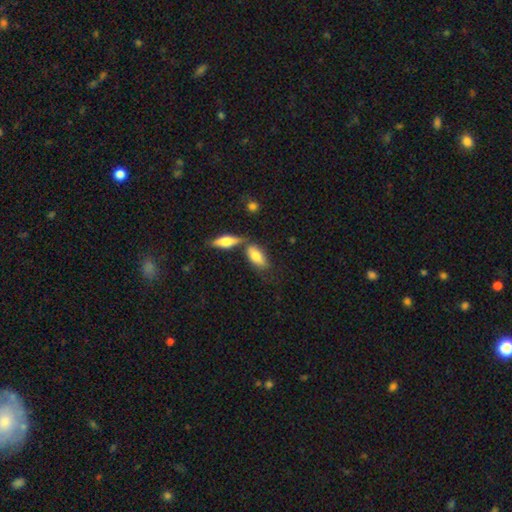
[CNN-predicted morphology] This is likely a smooth galaxy (74%). How rounded: clearly in between (84%). Merging: possibly none (49%).